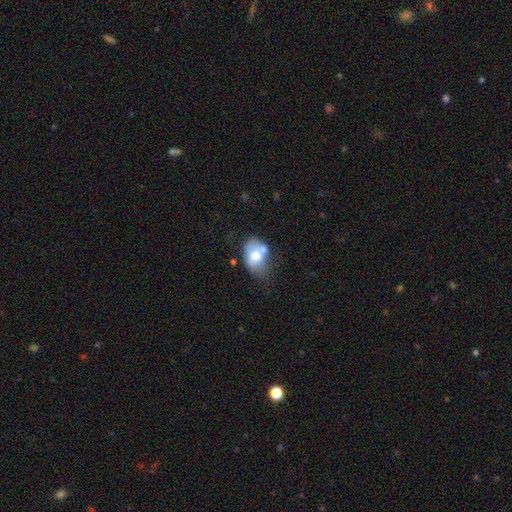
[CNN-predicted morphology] Q: Smooth or featured?
A: smooth (66%); runner-up: featured or disk (26%)
Q: How rounded?
A: in between (75%); runner-up: round (23%)
Q: Merging?
A: none (37%); runner-up: minor disturbance (27%)